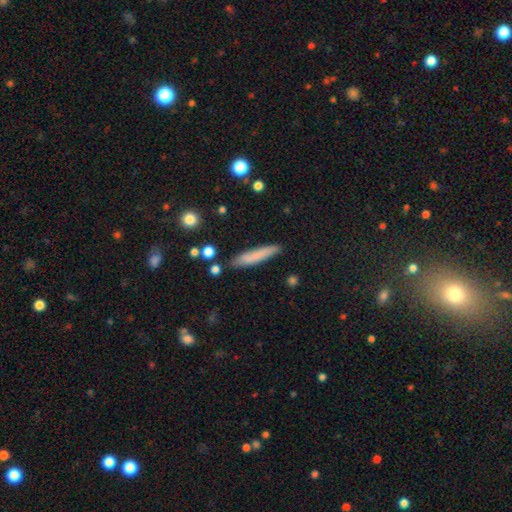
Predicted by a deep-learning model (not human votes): A smooth galaxy with no disk features (76%) that is cigar-shaped (89%). Merging: none (85%).